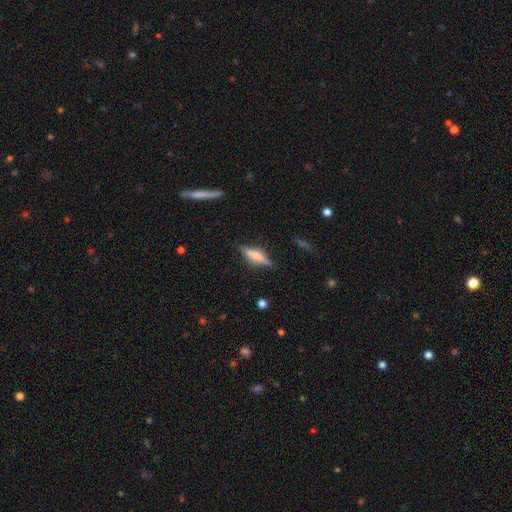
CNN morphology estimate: type=featured or disk (53%); edge-on=yes (94%); merging=none (83%).